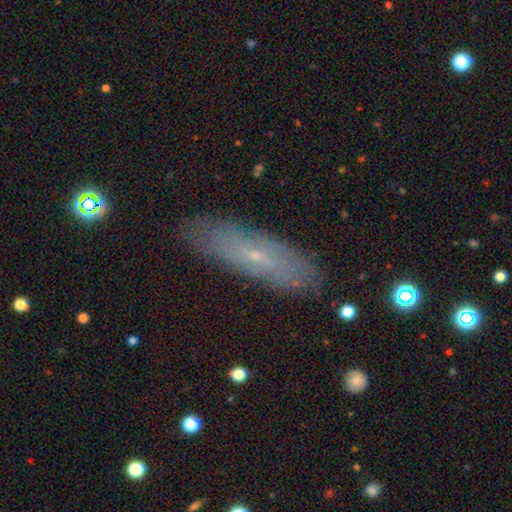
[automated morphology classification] smooth-or-featured: featured or disk: 50% | smooth: 41% | star or artifact: 9%
  disk-edge-on: no: 59% | yes: 41%
  merging: none: 84% | minor disturbance: 11% | major disturbance: 3% | merger: 1%